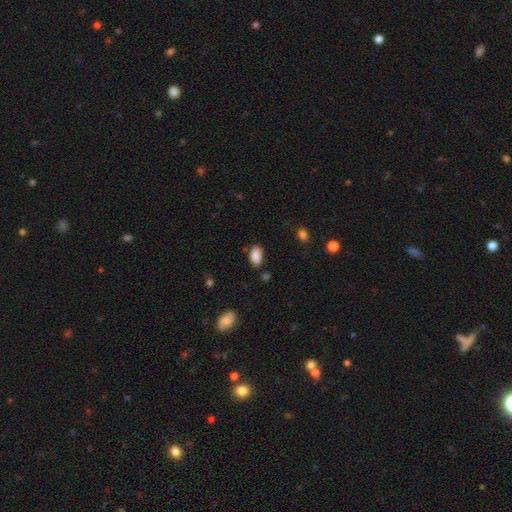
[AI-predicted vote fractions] This is clearly a smooth galaxy (89%). How rounded: clearly in between (93%). Merging: clearly none (81%).